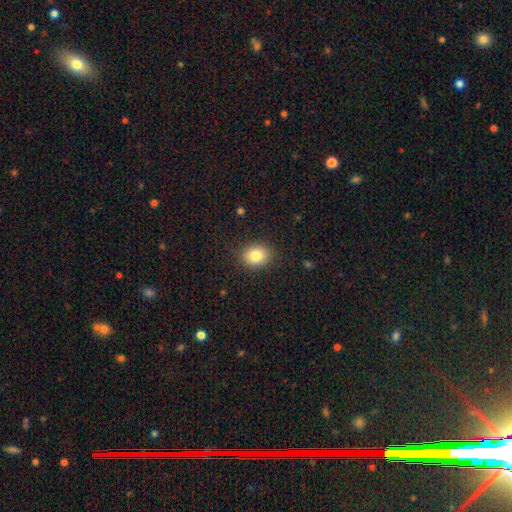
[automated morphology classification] This is clearly a smooth galaxy (82%). How rounded: possibly round (55%). Merging: clearly none (87%).